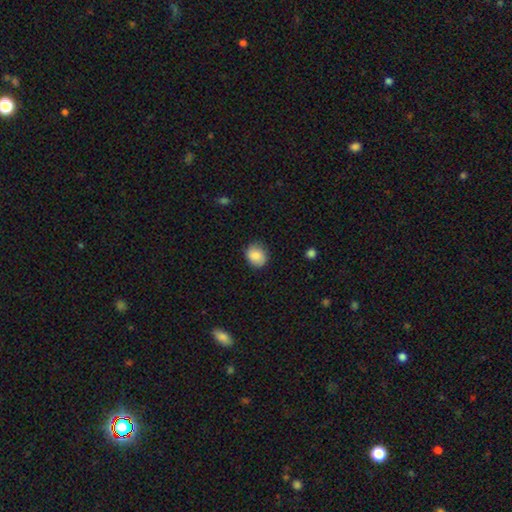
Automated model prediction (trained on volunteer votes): Smooth or featured?
  - smooth: 85% *
  - star or artifact: 8%
  - featured or disk: 7%
How rounded?
  - round: 69% *
  - in between: 30%
  - cigar-shaped: 1%
Merging?
  - none: 81% *
  - minor disturbance: 15%
  - major disturbance: 3%
  - merger: 1%